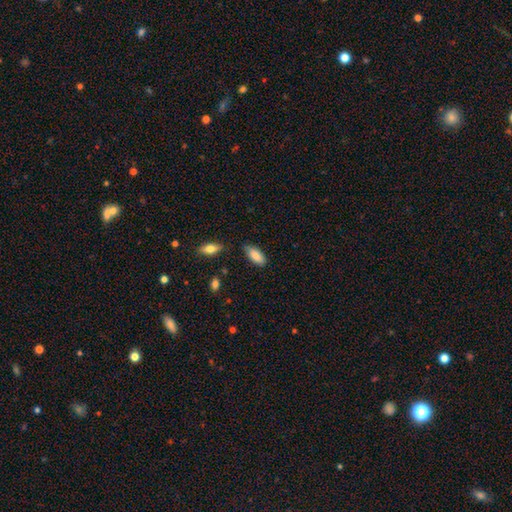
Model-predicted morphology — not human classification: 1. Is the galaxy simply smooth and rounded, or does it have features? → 86% smooth, 7% featured or disk, 7% star or artifact.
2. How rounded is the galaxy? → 85% in between, 14% cigar-shaped, 2% round.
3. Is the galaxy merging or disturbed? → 76% none, 18% minor disturbance, 3% major disturbance, 3% merger.